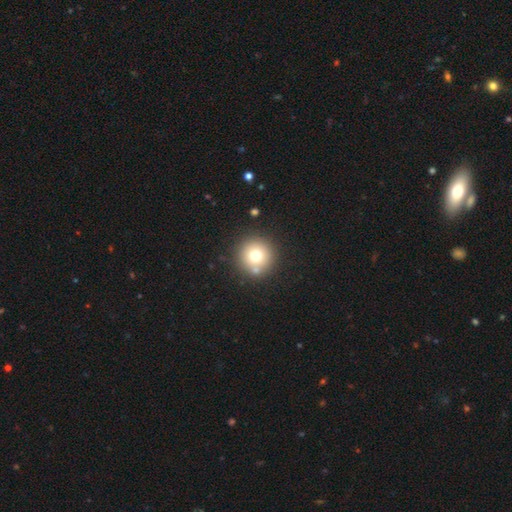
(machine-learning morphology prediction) Smooth or featured? smooth (72%)
How rounded? round (95%)
Merging? none (82%)